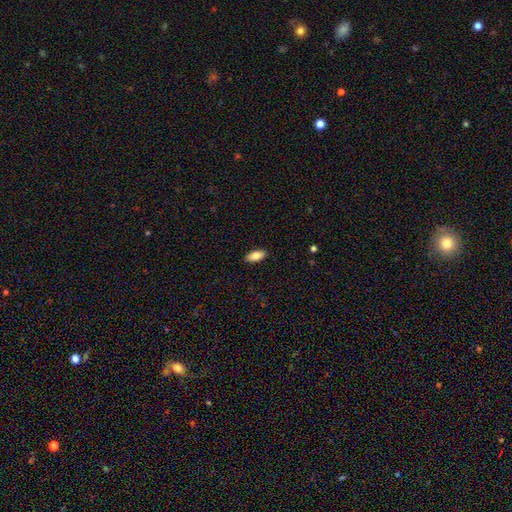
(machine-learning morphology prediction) The model was most divided on "smooth or featured": smooth: 83%, featured or disk: 11%, star or artifact: 7%. More confident: merging — none (90%); how rounded — in between (88%).